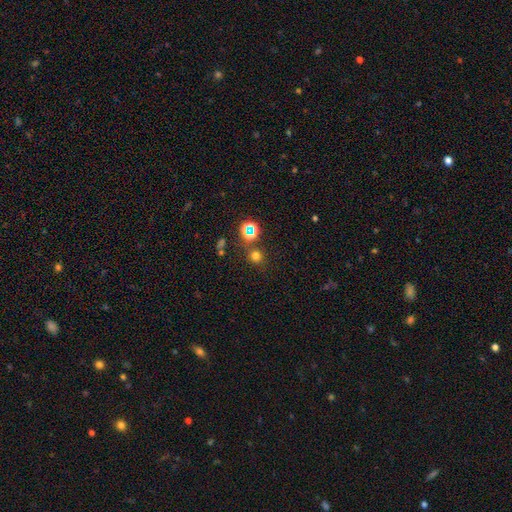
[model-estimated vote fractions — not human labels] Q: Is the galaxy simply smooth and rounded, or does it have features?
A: smooth — 67%.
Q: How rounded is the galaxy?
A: round — 88%.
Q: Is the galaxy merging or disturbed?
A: none — 79%.